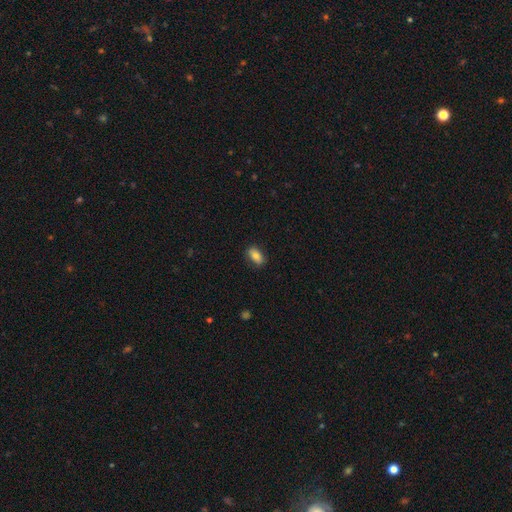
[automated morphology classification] type=smooth (81%); roundness=in between (88%); merging=none (85%).